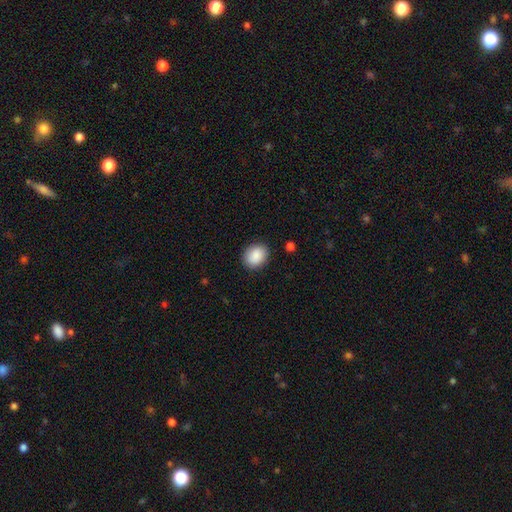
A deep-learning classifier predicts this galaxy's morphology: smooth_or_featured: smooth (p=0.89) [alt: star or artifact p=0.07]
how_rounded: round (p=0.51) [alt: in between p=0.49]
merging: none (p=0.88) [alt: minor disturbance p=0.08]